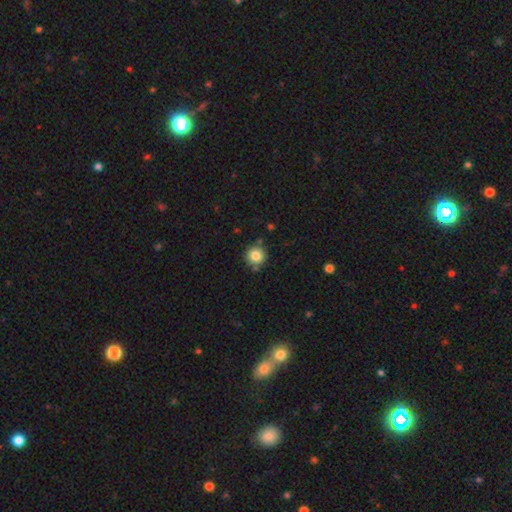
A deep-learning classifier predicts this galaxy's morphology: Smooth or featured? Predicted: smooth (p=0.84). How rounded? Predicted: round (p=0.95). Merging? Predicted: none (p=0.83).